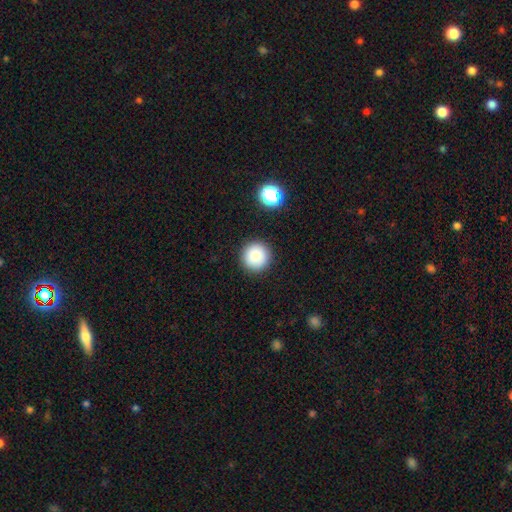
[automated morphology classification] smooth_or_featured: smooth (p=0.82) [alt: star or artifact p=0.10]
how_rounded: round (p=0.96) [alt: in between p=0.03]
merging: none (p=0.91) [alt: minor disturbance p=0.05]